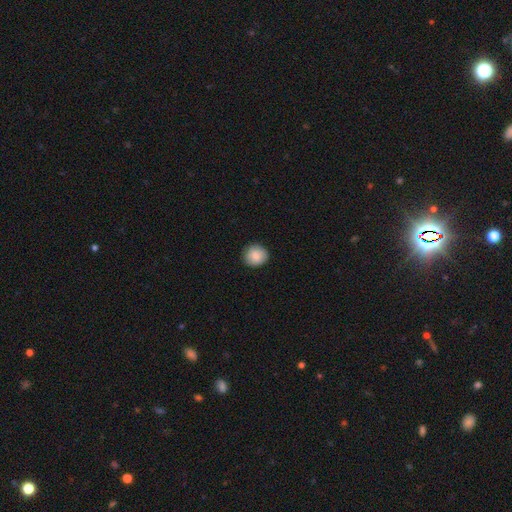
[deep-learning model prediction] Overall: smooth (87%). How rounded: round (87%). Merging: none (90%).